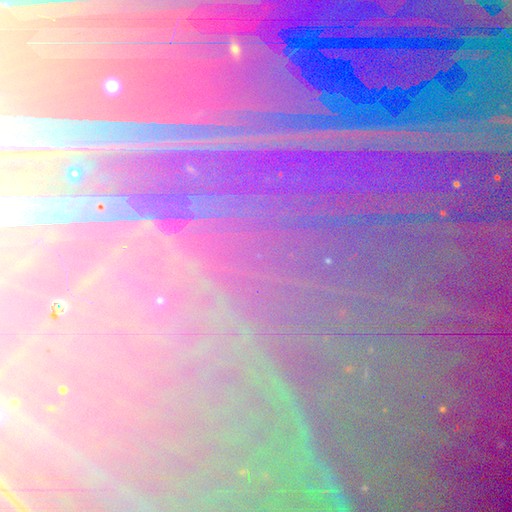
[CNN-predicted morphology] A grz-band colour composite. It shows a star or artifact, not a galaxy (85%).